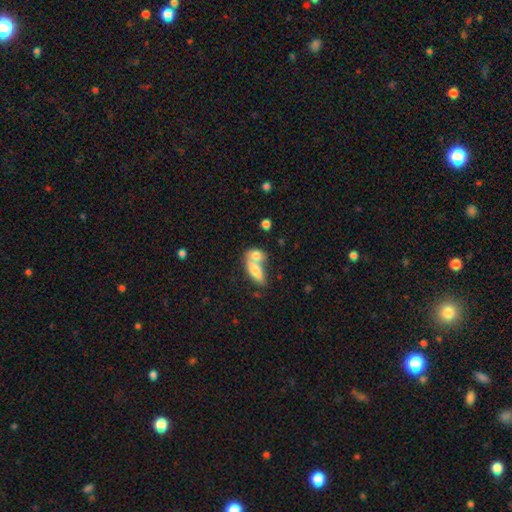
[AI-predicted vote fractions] smooth 76%, featured or disk 17%, star or artifact 7%. Down the decision tree: how rounded — in between (71%); merging — merger (64%).